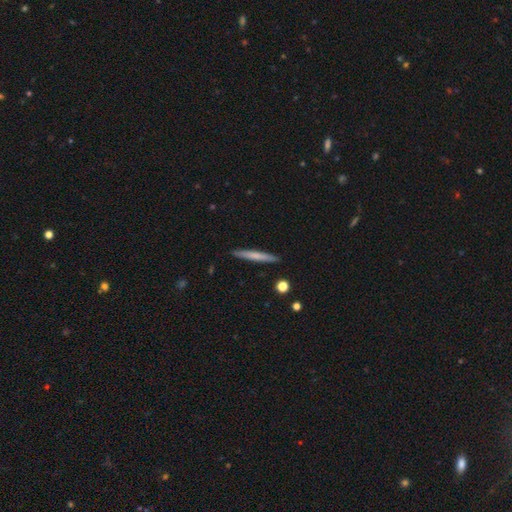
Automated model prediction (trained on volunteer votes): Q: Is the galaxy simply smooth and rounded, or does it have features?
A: smooth — 64%.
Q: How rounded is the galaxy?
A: cigar-shaped — 96%.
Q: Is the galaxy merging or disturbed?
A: none — 91%.